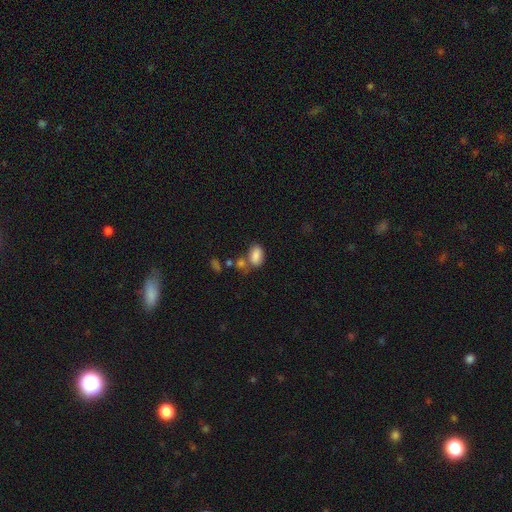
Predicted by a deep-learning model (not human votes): smooth_or_featured: smooth (p=0.83) [alt: star or artifact p=0.09]
how_rounded: in between (p=0.89) [alt: round p=0.09]
merging: none (p=0.51) [alt: merger p=0.25]